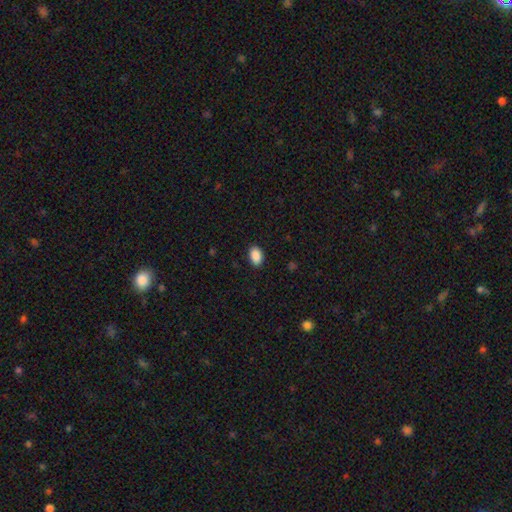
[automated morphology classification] smooth 90%, star or artifact 8%, featured or disk 3%. Down the decision tree: how rounded — in between (88%); merging — none (89%).